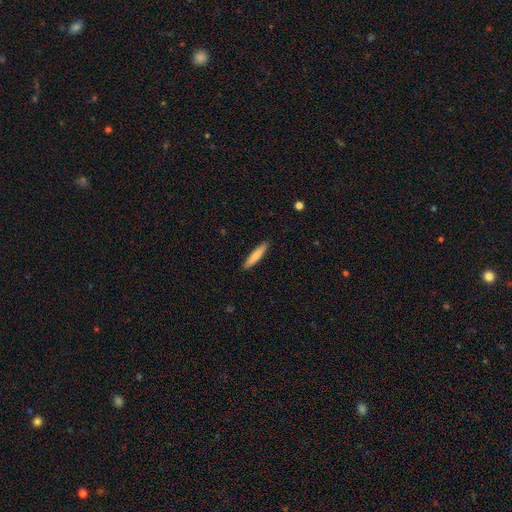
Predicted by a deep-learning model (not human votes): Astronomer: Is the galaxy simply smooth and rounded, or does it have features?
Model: smooth — 77%.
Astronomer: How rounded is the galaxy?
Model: cigar-shaped — 91%.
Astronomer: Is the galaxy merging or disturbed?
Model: none — 91%.